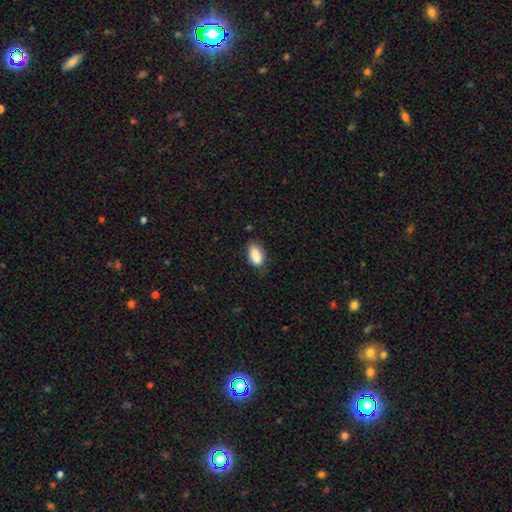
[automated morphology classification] smooth-or-featured: smooth: 88% | star or artifact: 7% | featured or disk: 5%
  how-rounded: in between: 92% | cigar-shaped: 4% | round: 4%
  merging: none: 73% | minor disturbance: 22% | major disturbance: 4% | merger: 2%